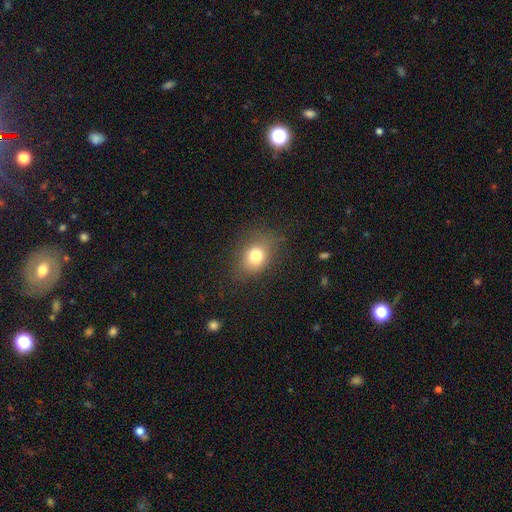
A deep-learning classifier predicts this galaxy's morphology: Smooth or featured: smooth — 76% (star or artifact — 12%)
How rounded: in between — 56% (round — 43%)
Merging: none — 75% (minor disturbance — 16%)